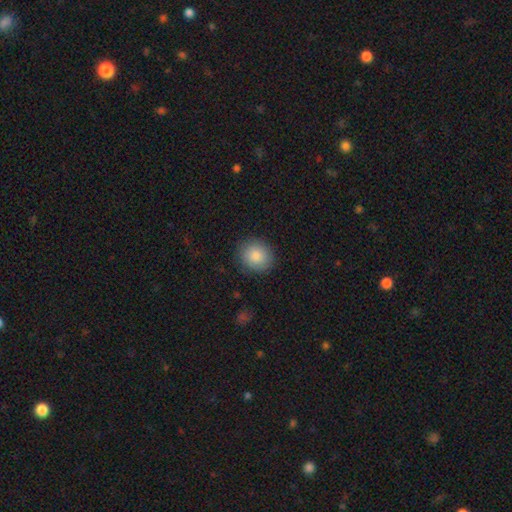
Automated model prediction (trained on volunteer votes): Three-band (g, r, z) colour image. It shows a smooth galaxy with no disk features (85%) that is round (81%). Merging: none (89%).